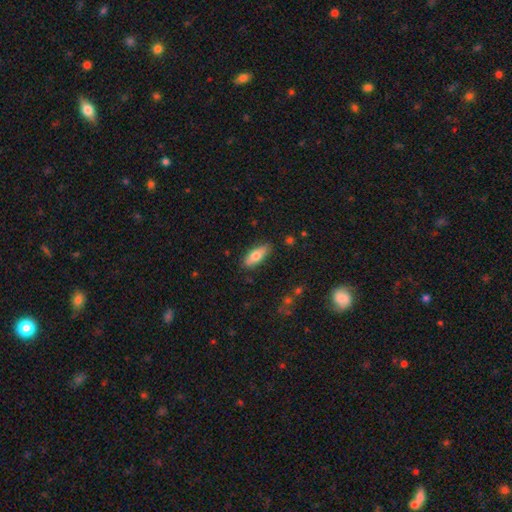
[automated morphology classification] This is likely a smooth galaxy (72%). How rounded: likely in between (68%). Merging: clearly none (85%).